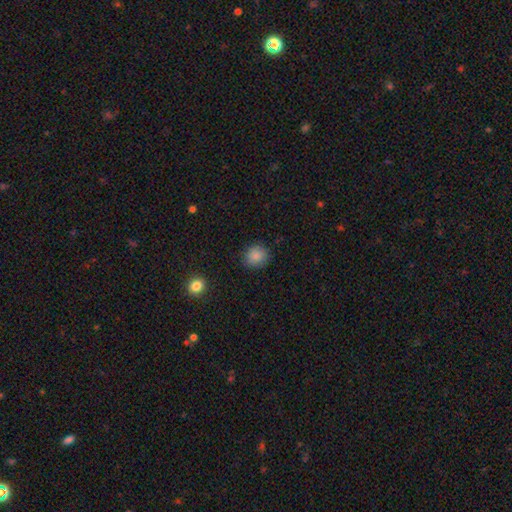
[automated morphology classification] Q: Smooth or featured?
A: smooth (86%); runner-up: star or artifact (10%)
Q: How rounded?
A: round (84%); runner-up: in between (15%)
Q: Merging?
A: none (87%); runner-up: minor disturbance (9%)